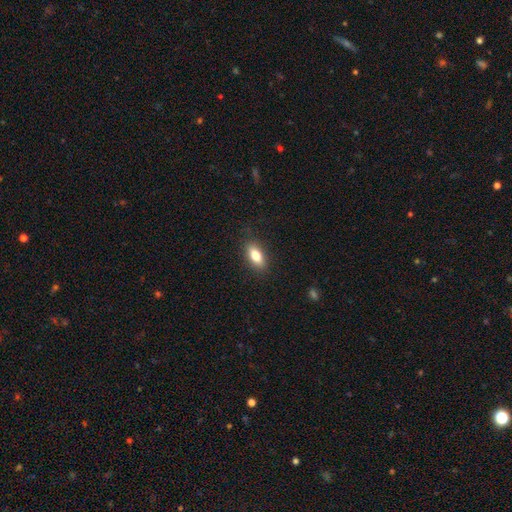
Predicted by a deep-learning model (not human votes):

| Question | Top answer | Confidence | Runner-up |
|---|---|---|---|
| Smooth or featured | smooth | 81% | featured or disk (12%) |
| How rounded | in between | 84% | cigar-shaped (11%) |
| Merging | none | 86% | minor disturbance (10%) |